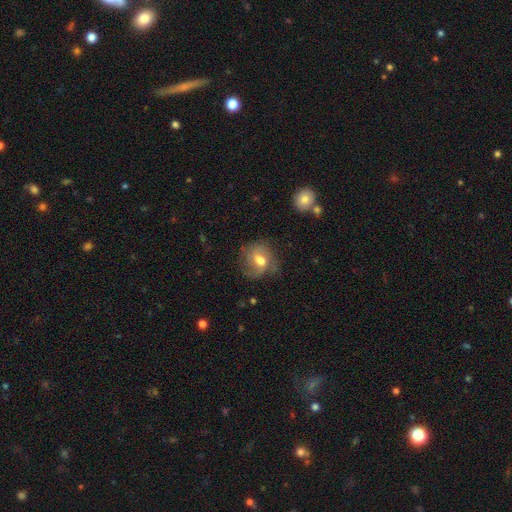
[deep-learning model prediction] smooth_or_featured: featured or disk (p=0.48) [alt: smooth p=0.42]
merging: none (p=0.57) [alt: minor disturbance p=0.25]